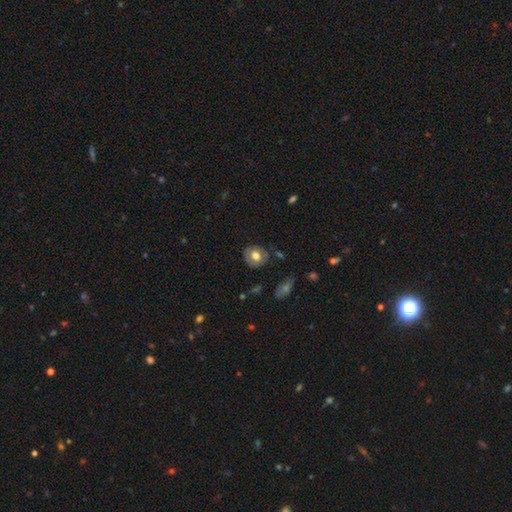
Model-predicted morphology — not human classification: Smooth or featured? smooth (64%)
How rounded? round (70%)
Merging? none (76%)